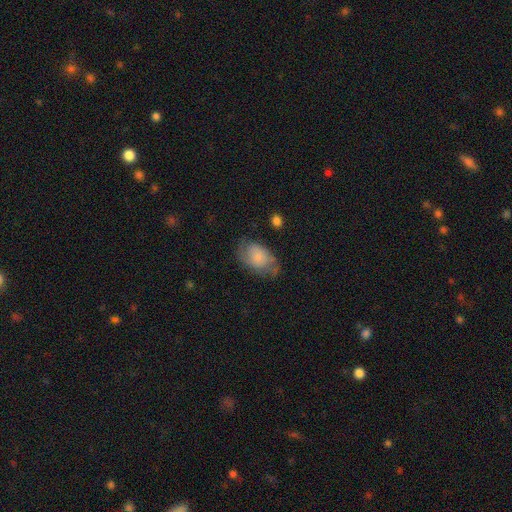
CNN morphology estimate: smooth_or_featured: smooth (p=0.58) [alt: featured or disk p=0.35]
how_rounded: in between (p=0.86) [alt: round p=0.13]
merging: none (p=0.53) [alt: minor disturbance p=0.29]